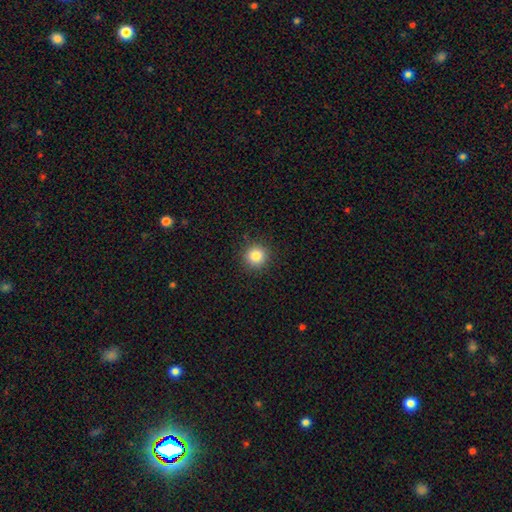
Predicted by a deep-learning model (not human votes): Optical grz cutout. It shows a smooth galaxy with no disk features (85%) that is round (94%). Merging: none (91%).